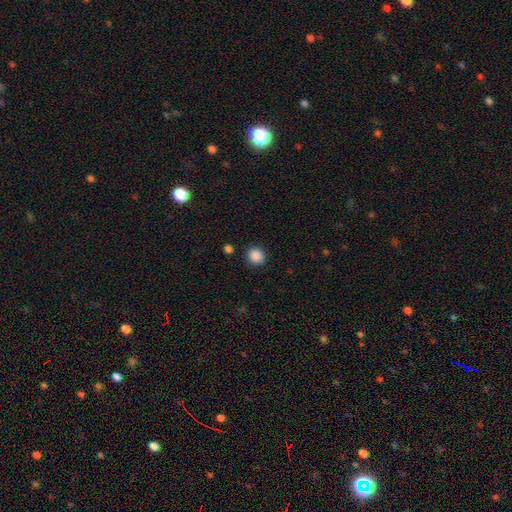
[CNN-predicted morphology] The model was most divided on "smooth or featured": smooth: 88%, star or artifact: 10%, featured or disk: 3%. More confident: merging — none (90%); how rounded — round (90%).